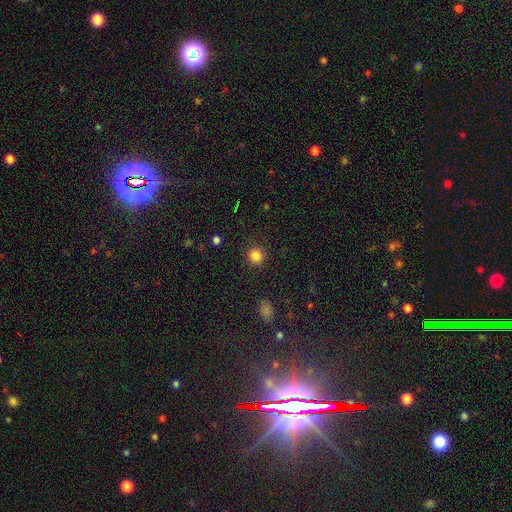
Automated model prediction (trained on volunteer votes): This appears to be a smooth galaxy with no disk features (84%) that is round (93%). Merging: none (90%).